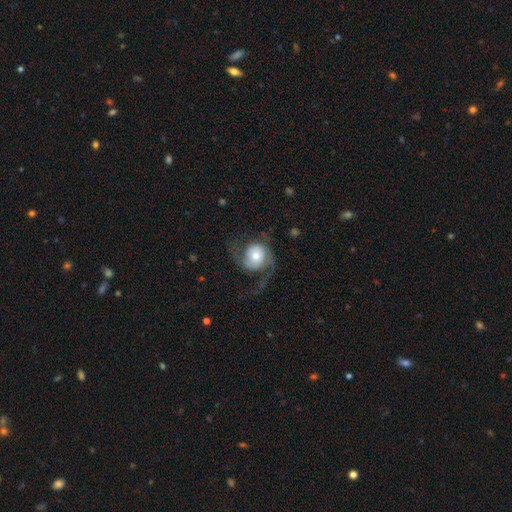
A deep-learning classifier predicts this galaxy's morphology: Smooth or featured?
  - featured or disk: 70% *
  - smooth: 24%
  - star or artifact: 6%
Edge-on disk?
  - no: 97% *
  - yes: 3%
Bar?
  - no: 72% *
  - weak: 21%
  - strong: 7%
Spiral arms?
  - yes: 91% *
  - no: 9%
Spiral winding?
  - loose: 50% *
  - medium: 38%
  - tight: 12%
Spiral arm count?
  - 2: 82% *
  - 1: 8%
  - can't tell: 4%
  - 3: 3%
  - 4: 1%
  - more than 4: 1%
Bulge size?
  - moderate: 52% *
  - small: 28%
  - large: 14%
  - dominant: 4%
  - none: 2%
Merging?
  - none: 55% *
  - major disturbance: 28%
  - minor disturbance: 15%
  - merger: 2%